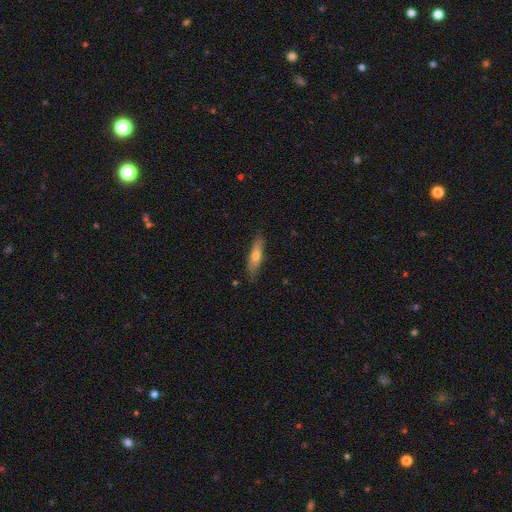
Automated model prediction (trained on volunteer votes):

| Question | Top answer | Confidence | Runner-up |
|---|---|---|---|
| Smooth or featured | smooth | 56% | featured or disk (38%) |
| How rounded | cigar-shaped | 71% | in between (27%) |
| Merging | none | 82% | minor disturbance (15%) |